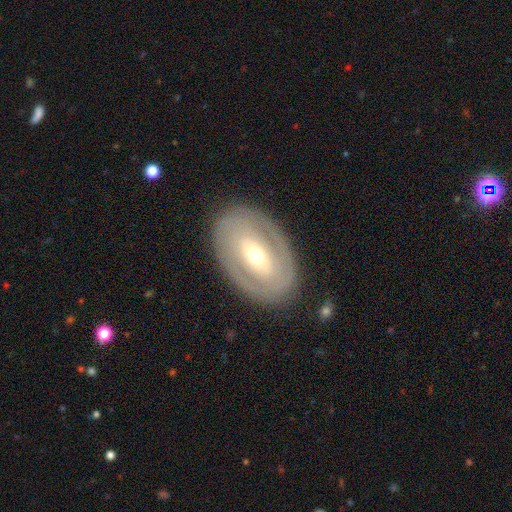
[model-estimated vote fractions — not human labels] Smooth or featured? Predicted: featured or disk (p=0.69). Edge-on disk? Predicted: no (p=0.92). Bar? Predicted: no (p=0.41). Spiral arms? Predicted: no (p=0.55). Bulge size? Predicted: moderate (p=0.53). Merging? Predicted: none (p=0.83).